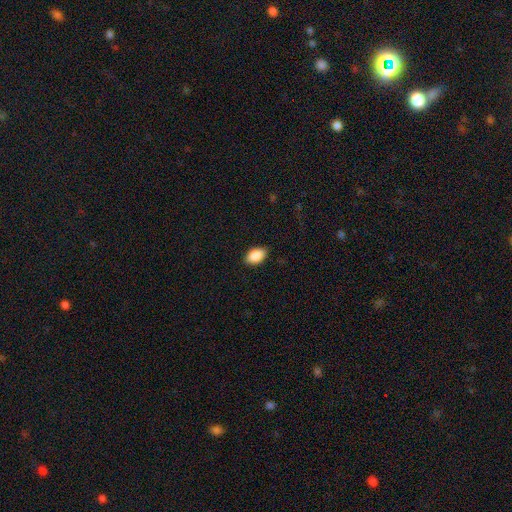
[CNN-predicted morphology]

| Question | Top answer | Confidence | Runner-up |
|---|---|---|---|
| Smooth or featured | smooth | 88% | star or artifact (7%) |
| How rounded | in between | 91% | round (8%) |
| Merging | none | 87% | minor disturbance (10%) |